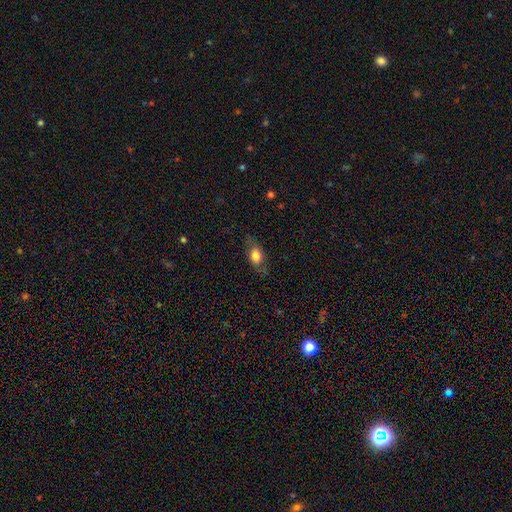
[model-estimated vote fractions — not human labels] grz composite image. It shows a smooth galaxy with no disk features (72%) that is in between round and cigar-shaped (79%). Merging: none (72%).